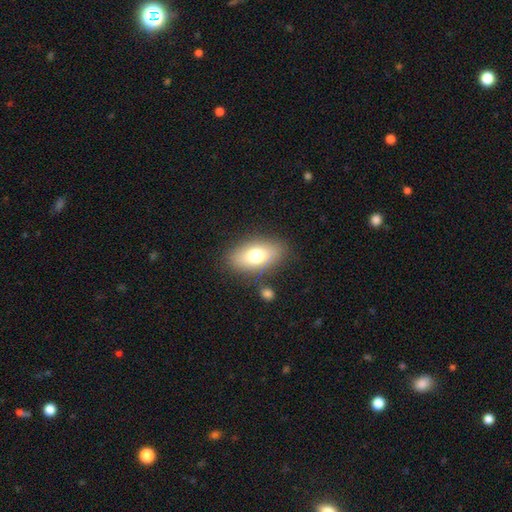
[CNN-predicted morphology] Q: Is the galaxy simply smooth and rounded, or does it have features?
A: smooth — 73%.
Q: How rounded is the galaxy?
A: in between — 89%.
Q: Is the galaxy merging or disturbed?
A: none — 80%.